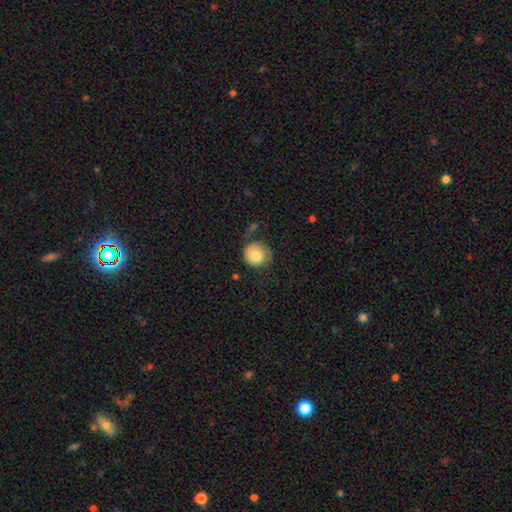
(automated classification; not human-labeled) smooth_or_featured: smooth (p=0.77) [alt: featured or disk p=0.15]
how_rounded: round (p=0.86) [alt: in between p=0.14]
merging: none (p=0.53) [alt: minor disturbance p=0.28]